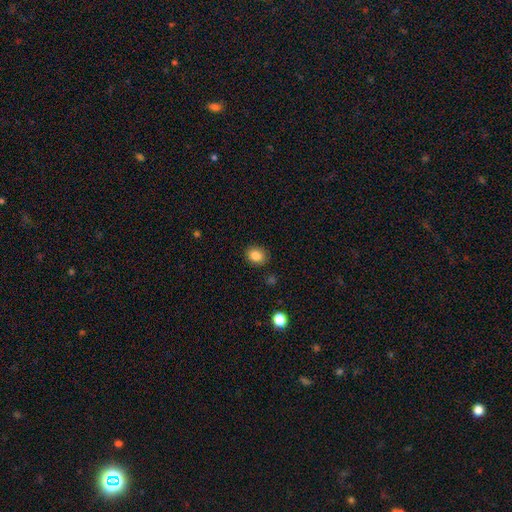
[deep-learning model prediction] smooth_or_featured: smooth (p=0.85) [alt: star or artifact p=0.10]
how_rounded: round (p=0.55) [alt: in between p=0.45]
merging: none (p=0.87) [alt: minor disturbance p=0.09]